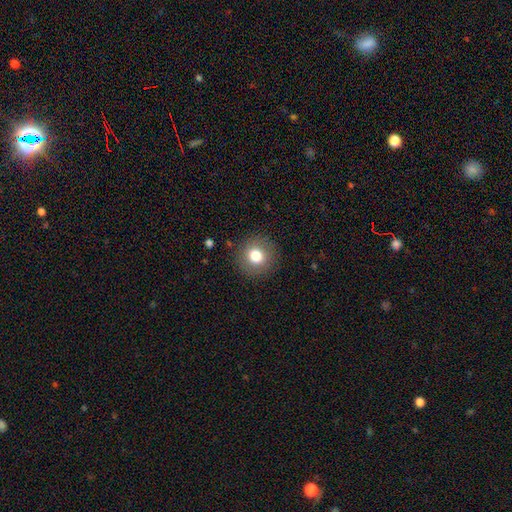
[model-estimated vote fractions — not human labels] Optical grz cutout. It shows a smooth galaxy with no disk features (78%) that is round (92%). Merging: none (89%).